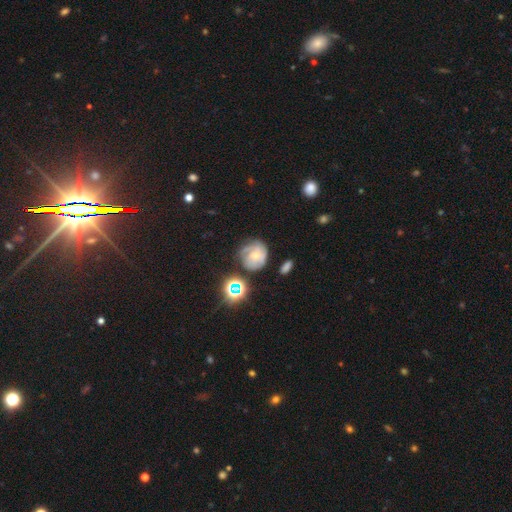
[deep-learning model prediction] Q: Smooth or featured?
A: featured or disk (58%); runner-up: smooth (29%)
Q: Edge-on disk?
A: no (97%); runner-up: yes (3%)
Q: Bar?
A: no (78%); runner-up: weak (19%)
Q: Spiral arms?
A: yes (81%); runner-up: no (19%)
Q: Bulge size?
A: small (63%); runner-up: moderate (31%)
Q: Merging?
A: none (55%); runner-up: minor disturbance (26%)